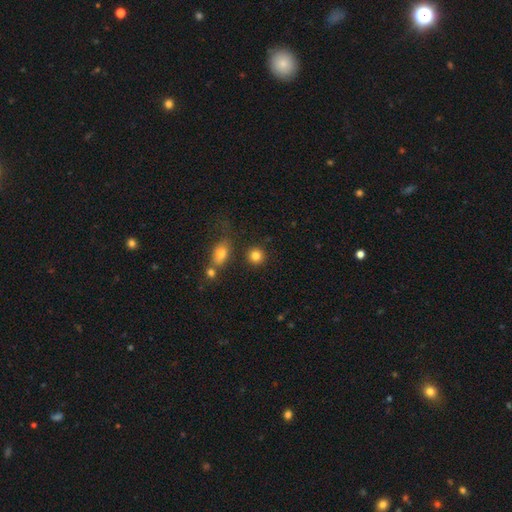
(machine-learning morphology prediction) smooth-or-featured: smooth: 83% | star or artifact: 11% | featured or disk: 6%
  how-rounded: round: 90% | in between: 9% | cigar-shaped: 1%
  merging: none: 82% | minor disturbance: 8% | merger: 7% | major disturbance: 3%